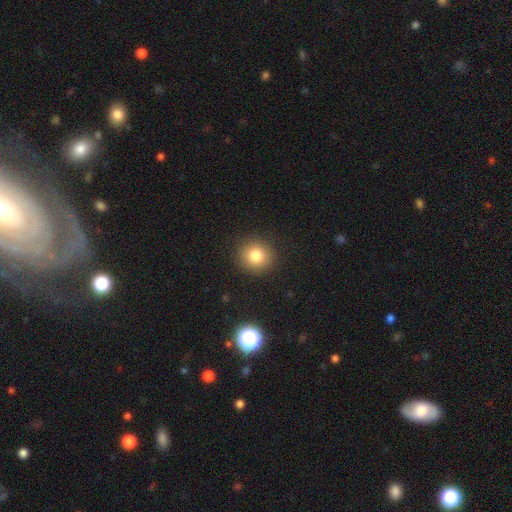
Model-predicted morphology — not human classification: The model was most divided on "smooth or featured": smooth: 81%, star or artifact: 11%, featured or disk: 8%. More confident: merging — none (91%); how rounded — round (91%).